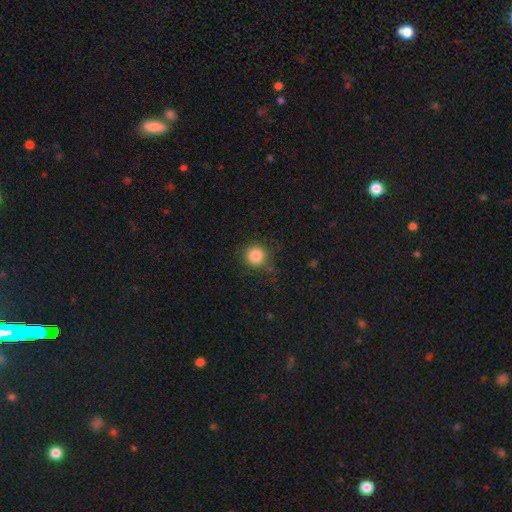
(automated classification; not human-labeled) Smooth or featured?
  - smooth: 84% *
  - star or artifact: 11%
  - featured or disk: 5%
How rounded?
  - round: 94% *
  - in between: 5%
  - cigar-shaped: 1%
Merging?
  - none: 84% *
  - minor disturbance: 11%
  - major disturbance: 3%
  - merger: 1%